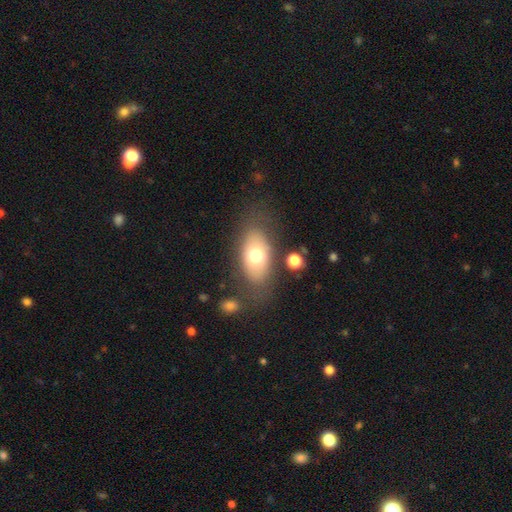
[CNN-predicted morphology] Smooth or featured?
  - smooth: 69% *
  - featured or disk: 23%
  - star or artifact: 8%
How rounded?
  - in between: 88% *
  - round: 9%
  - cigar-shaped: 3%
Merging?
  - none: 72% *
  - minor disturbance: 16%
  - major disturbance: 8%
  - merger: 4%